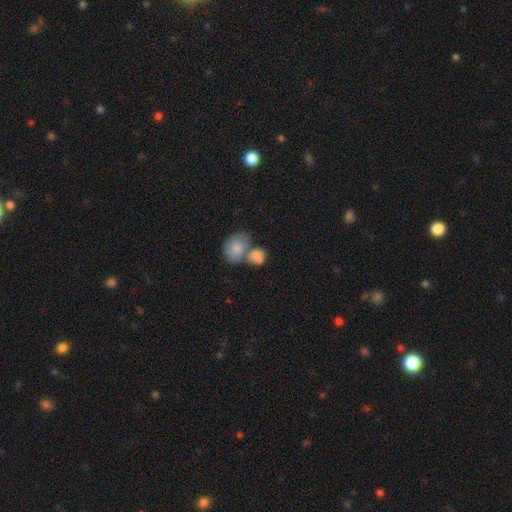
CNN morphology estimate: Smooth or featured: smooth — 77% (featured or disk — 14%)
How rounded: round — 51% (in between — 48%)
Merging: merger — 57% (none — 28%)